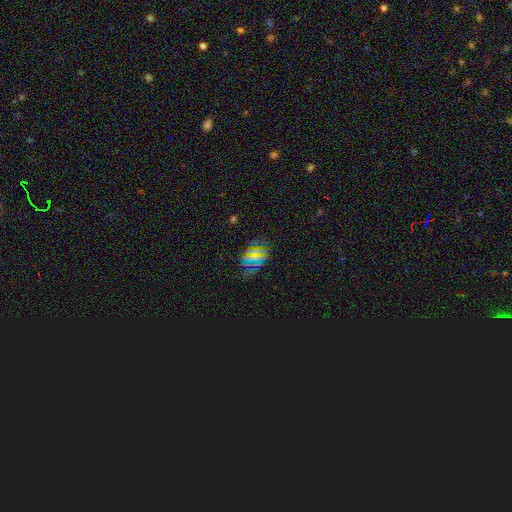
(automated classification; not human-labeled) Smooth or featured? star or artifact (60%)